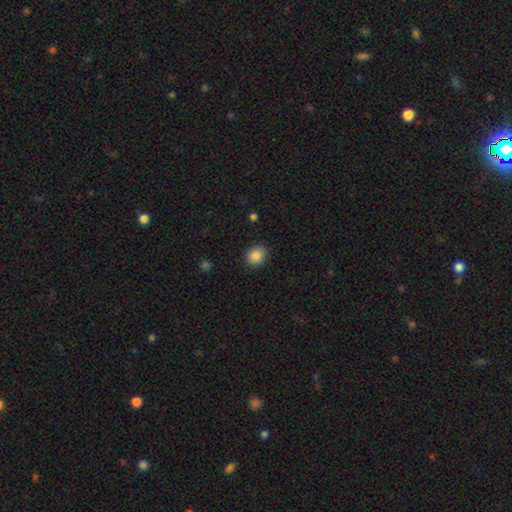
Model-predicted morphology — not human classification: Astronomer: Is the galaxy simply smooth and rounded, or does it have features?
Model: smooth — 85%.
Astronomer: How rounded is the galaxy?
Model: round — 72%.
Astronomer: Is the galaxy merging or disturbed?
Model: none — 90%.